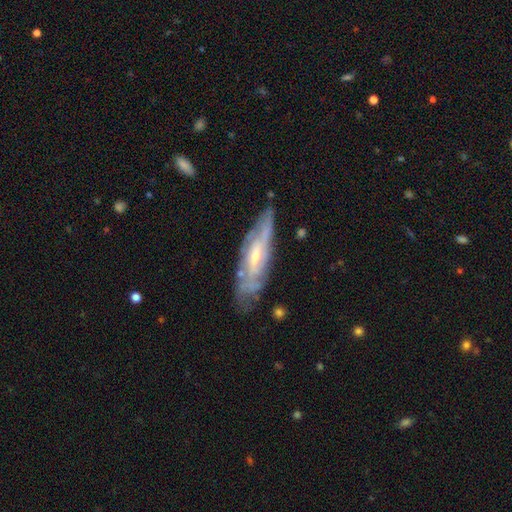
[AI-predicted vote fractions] Morphology: type=featured or disk (75%); edge-on=no (68%); bar=no (45%); spiral arms=yes (79%); bulge=small (50%); merging=none (69%).